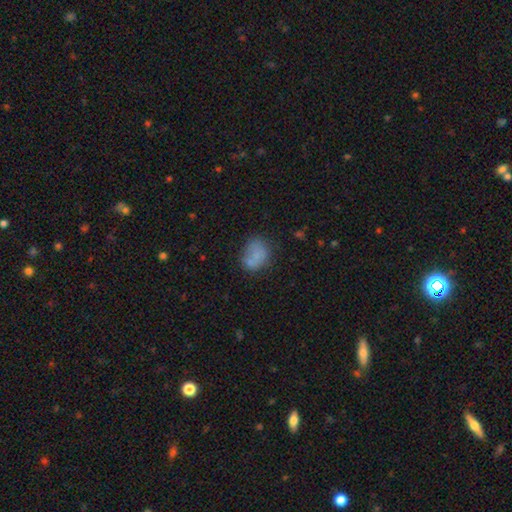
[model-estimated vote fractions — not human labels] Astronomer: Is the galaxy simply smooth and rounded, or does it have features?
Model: smooth — 70%.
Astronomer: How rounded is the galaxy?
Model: in between — 54% (runner-up: round, 45%).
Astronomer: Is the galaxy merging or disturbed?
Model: none — 48%.